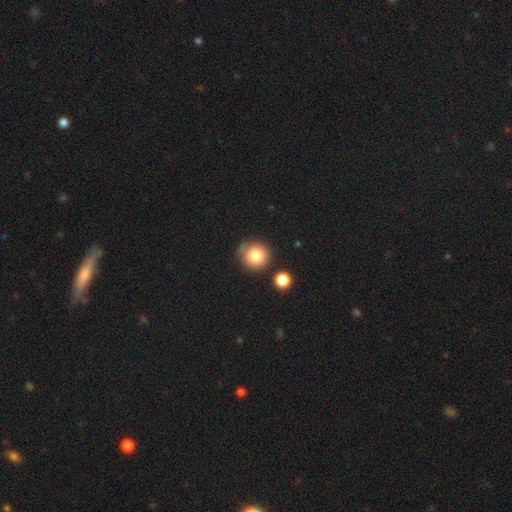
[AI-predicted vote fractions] Morphology: type=smooth (81%); roundness=round (93%); merging=none (73%).